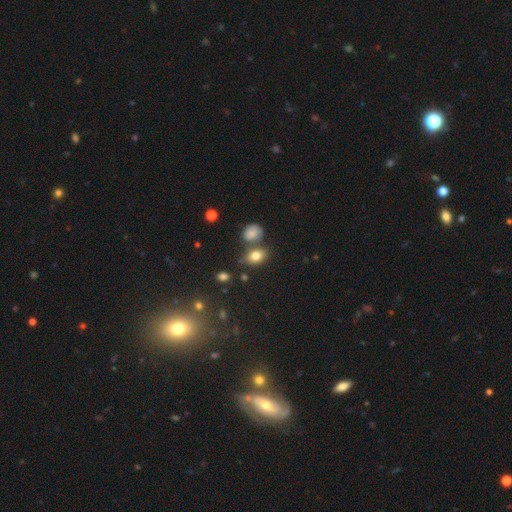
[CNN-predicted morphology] Smooth or featured? smooth (79%)
How rounded? in between (78%)
Merging? none (64%)